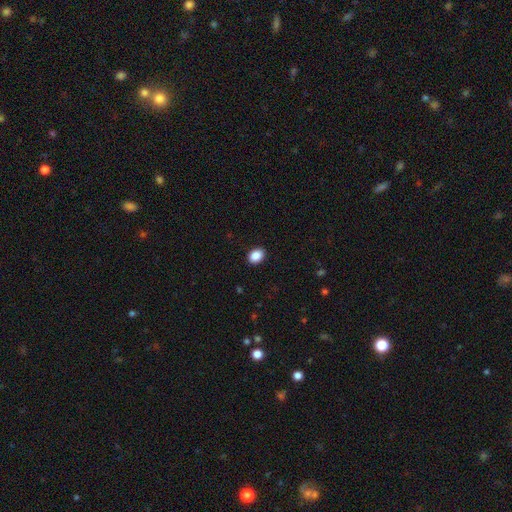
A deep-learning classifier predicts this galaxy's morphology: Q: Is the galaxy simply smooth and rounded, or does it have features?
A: smooth — 89%.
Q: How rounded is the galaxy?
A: in between — 66%.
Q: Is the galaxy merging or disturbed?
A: none — 91%.